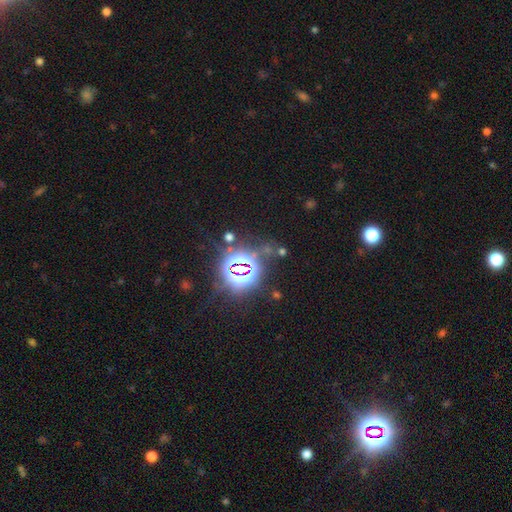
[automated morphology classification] This is clearly a star or artifact rather than a galaxy (82%).